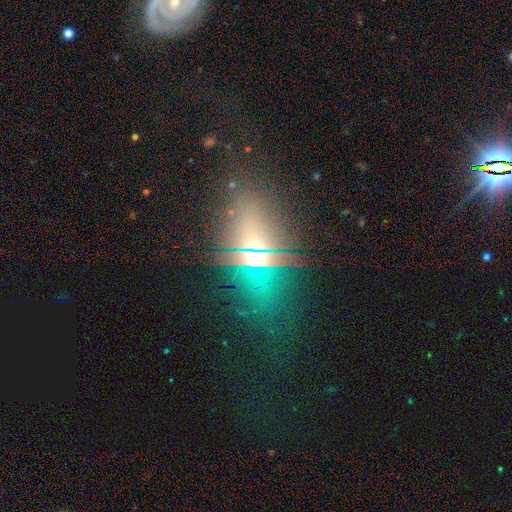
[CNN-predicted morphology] smooth-or-featured: star or artifact: 42% | smooth: 35% | featured or disk: 23%